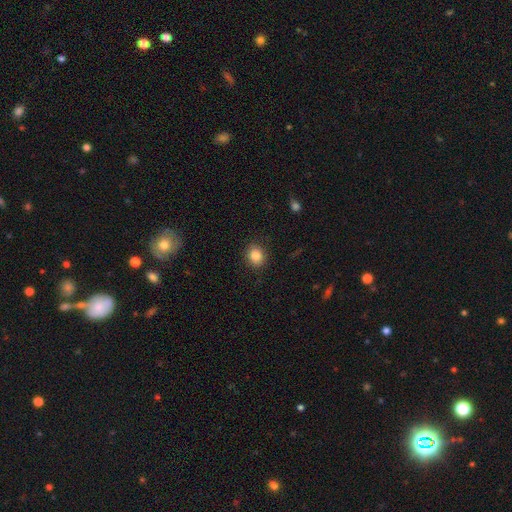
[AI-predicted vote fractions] A smooth galaxy with no disk features (84%) that is round (70%).

Vote fractions:
- Smooth or featured? smooth: 84% / star or artifact: 10% / featured or disk: 6%
- How rounded? round: 70% / in between: 29% / cigar-shaped: 1%
- Merging? none: 88% / minor disturbance: 9% / major disturbance: 2% / merger: 1%